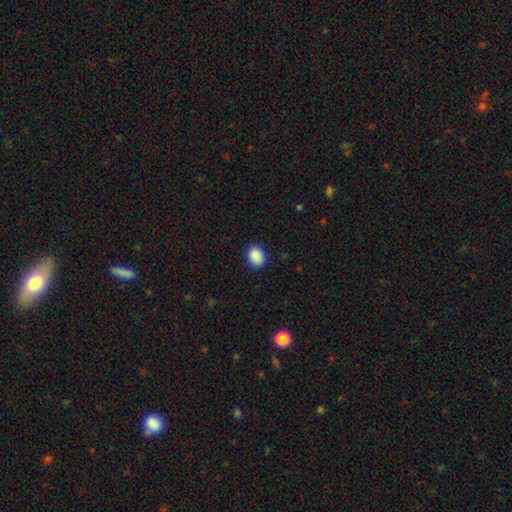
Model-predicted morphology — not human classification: smooth-or-featured: smooth: 90% | star or artifact: 8% | featured or disk: 3%
  how-rounded: in between: 53% | round: 46% | cigar-shaped: 1%
  merging: none: 87% | minor disturbance: 10% | major disturbance: 2% | merger: 1%